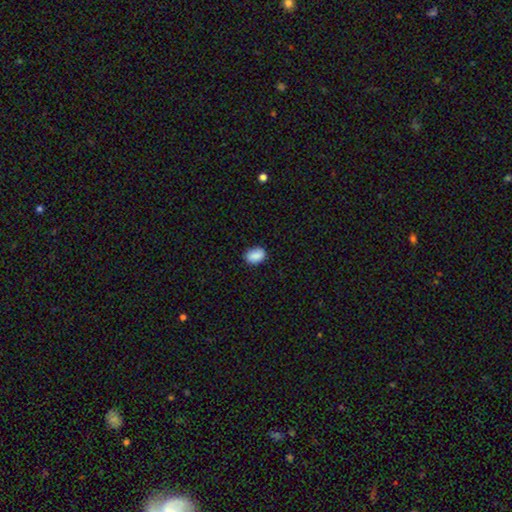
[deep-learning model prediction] smooth 88%, star or artifact 8%, featured or disk 5%. Down the decision tree: how rounded — in between (76%); merging — none (84%).